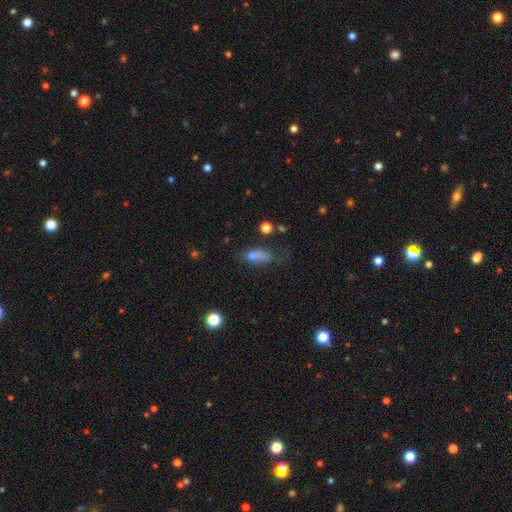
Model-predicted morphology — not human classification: smooth-or-featured: smooth: 71% | featured or disk: 15% | star or artifact: 14%
  how-rounded: in between: 78% | cigar-shaped: 13% | round: 9%
  merging: none: 31% (tied) | major disturbance: 31% (tied) | minor disturbance: 27% | merger: 11%